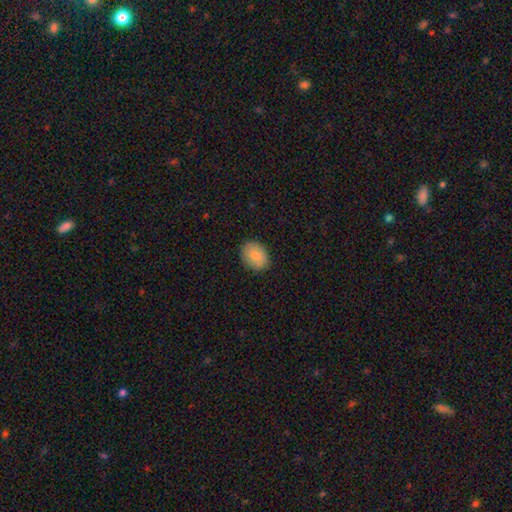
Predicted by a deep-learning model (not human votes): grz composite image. It shows a smooth galaxy with no disk features (83%) that is in between round and cigar-shaped (63%). Merging: none (87%).